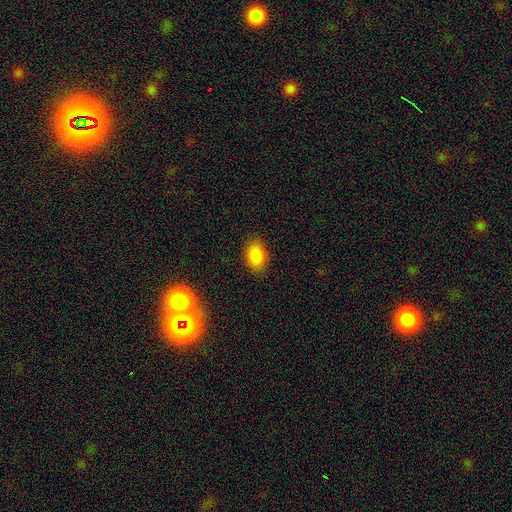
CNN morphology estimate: A smooth galaxy with no disk features (87%) that is in between round and cigar-shaped (85%).

Vote fractions:
- Smooth or featured? smooth: 87% / star or artifact: 9% / featured or disk: 4%
- How rounded? in between: 85% / round: 13% / cigar-shaped: 1%
- Merging? none: 86% / minor disturbance: 10% / major disturbance: 3% / merger: 1%